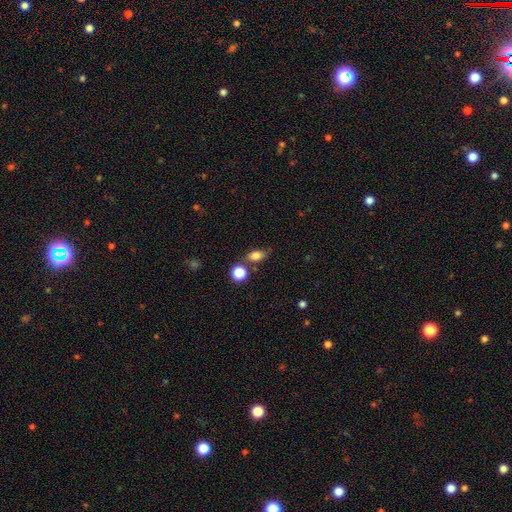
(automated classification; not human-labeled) smooth_or_featured: smooth (p=0.80) [alt: star or artifact p=0.11]
how_rounded: in between (p=0.76) [alt: round p=0.19]
merging: none (p=0.68) [alt: minor disturbance p=0.15]